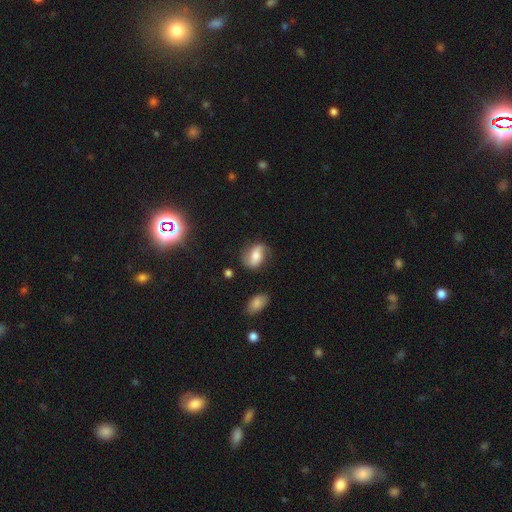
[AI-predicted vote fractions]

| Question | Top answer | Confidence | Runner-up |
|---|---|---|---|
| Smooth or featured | featured or disk | 52% | smooth (39%) |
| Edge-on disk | no | 95% | yes (5%) |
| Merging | none | 71% | minor disturbance (19%) |